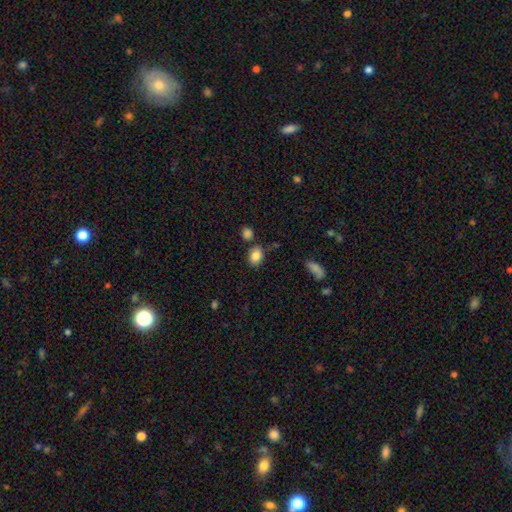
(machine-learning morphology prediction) This is clearly a smooth galaxy (85%). How rounded: likely in between (67%). Merging: likely none (72%).